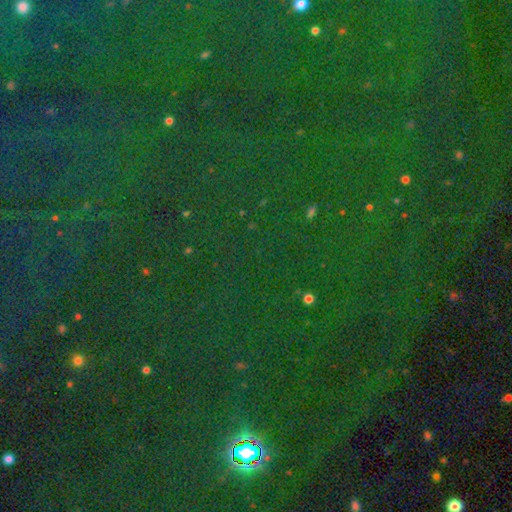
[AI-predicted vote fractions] The model was most divided on "smooth or featured": star or artifact: 79%, smooth: 13%, featured or disk: 9%.